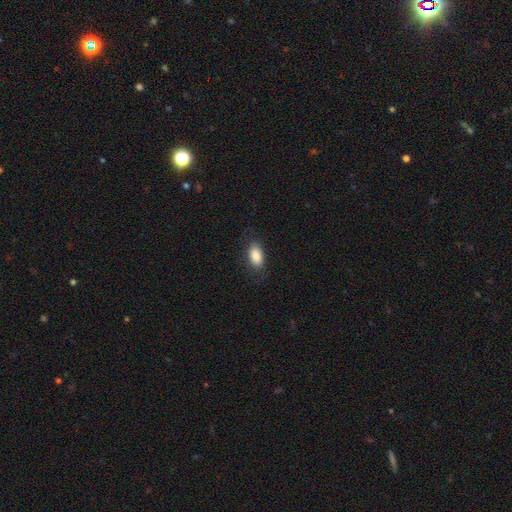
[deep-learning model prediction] Smooth or featured: smooth — 85% (featured or disk — 8%)
How rounded: in between — 92% (round — 5%)
Merging: none — 79% (minor disturbance — 15%)